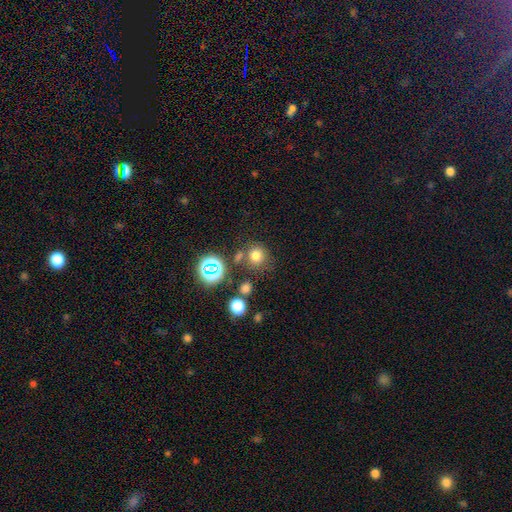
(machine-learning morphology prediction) A smooth galaxy with no disk features (72%) that is round (88%). Merging: none (71%).